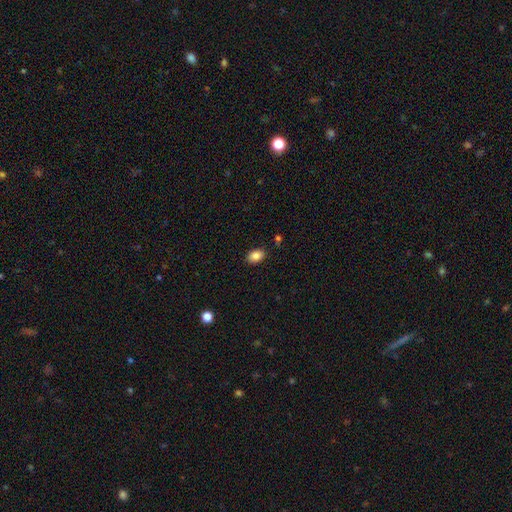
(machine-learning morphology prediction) Smooth or featured? Predicted: smooth (p=0.86). How rounded? Predicted: in between (p=0.81). Merging? Predicted: none (p=0.86).